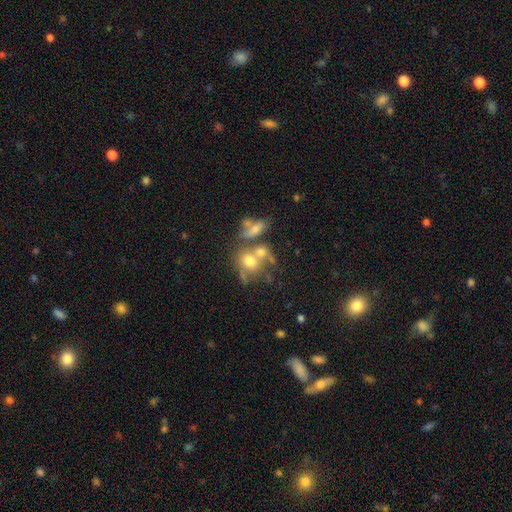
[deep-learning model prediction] smooth_or_featured: smooth (p=0.41) [alt: featured or disk p=0.38]
merging: merger (p=0.53) [alt: none p=0.27]